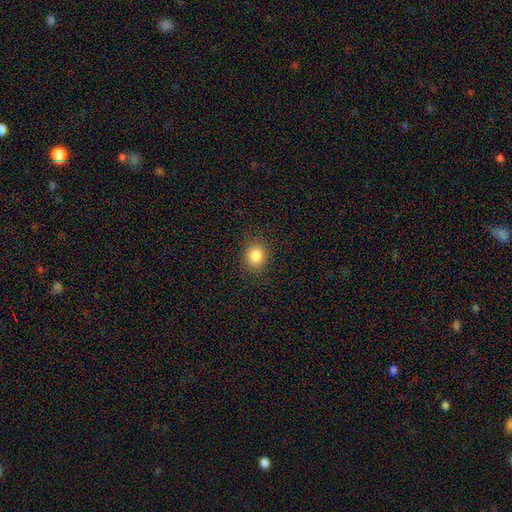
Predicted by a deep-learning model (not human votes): A smooth galaxy with no disk features (85%) that is round (67%).

Vote fractions:
- Smooth or featured? smooth: 85% / star or artifact: 10% / featured or disk: 5%
- How rounded? round: 67% / in between: 32% / cigar-shaped: 1%
- Merging? none: 88% / minor disturbance: 9% / major disturbance: 3% / merger: 1%